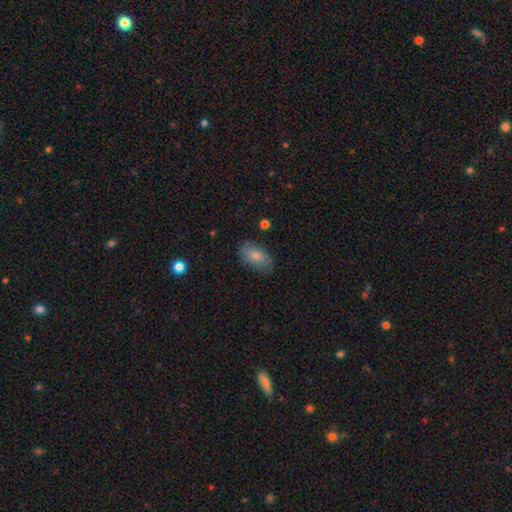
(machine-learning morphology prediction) This is likely a smooth galaxy (76%). How rounded: clearly in between (92%). Merging: likely none (75%).